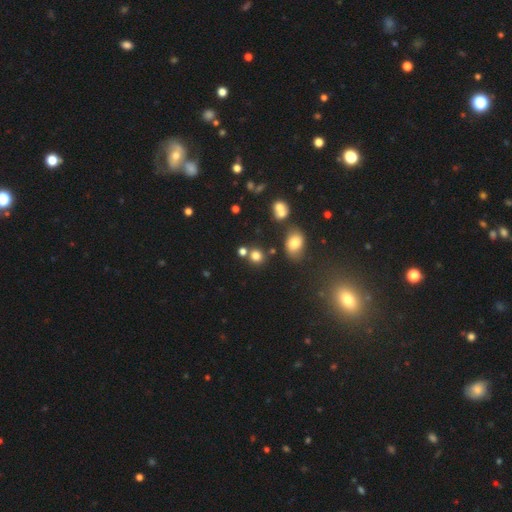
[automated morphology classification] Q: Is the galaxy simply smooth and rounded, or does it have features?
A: smooth — 76%.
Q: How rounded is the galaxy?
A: round — 82%.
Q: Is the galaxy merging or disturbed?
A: none — 72%.